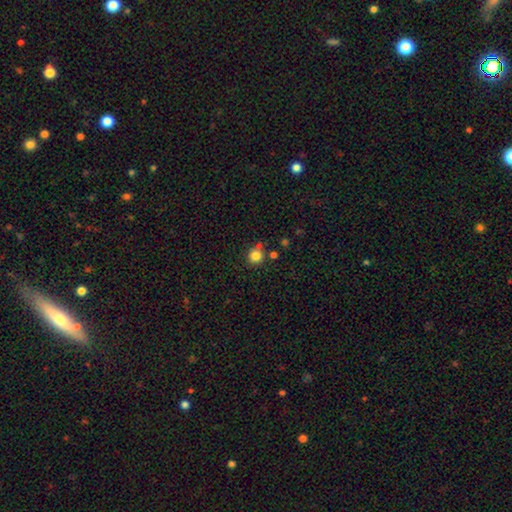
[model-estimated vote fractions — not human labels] Smooth or featured? Predicted: smooth (p=0.83). How rounded? Predicted: round (p=0.93). Merging? Predicted: none (p=0.76).